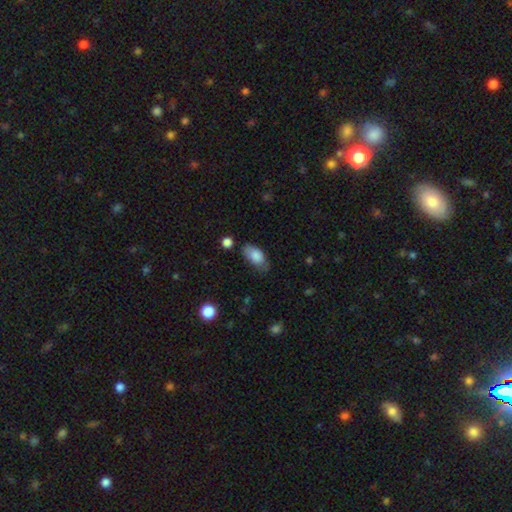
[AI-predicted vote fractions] Q: Smooth or featured?
A: smooth (82%); runner-up: featured or disk (11%)
Q: How rounded?
A: in between (92%); runner-up: cigar-shaped (4%)
Q: Merging?
A: none (62%); runner-up: minor disturbance (28%)